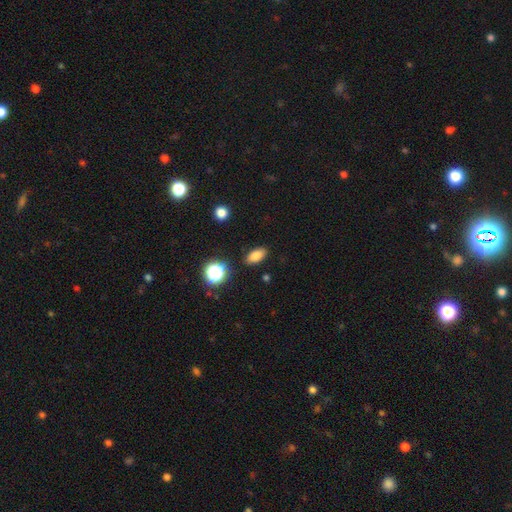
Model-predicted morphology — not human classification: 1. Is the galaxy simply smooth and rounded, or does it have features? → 79% smooth, 12% star or artifact, 9% featured or disk.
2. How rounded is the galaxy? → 85% in between, 8% round, 7% cigar-shaped.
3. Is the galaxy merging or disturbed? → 87% none, 9% minor disturbance, 2% major disturbance, 2% merger.